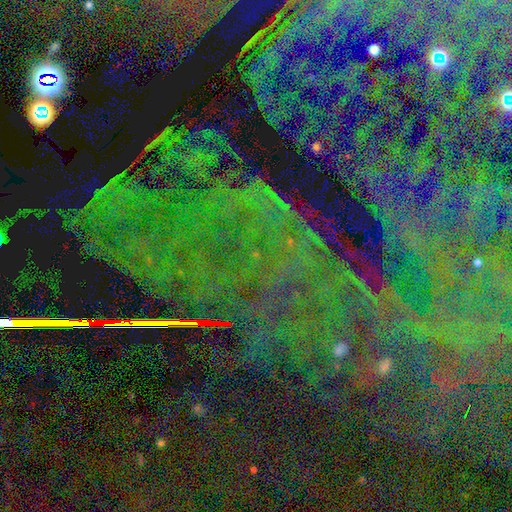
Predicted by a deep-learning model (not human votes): This appears to be a star or artifact, not a galaxy (87%).